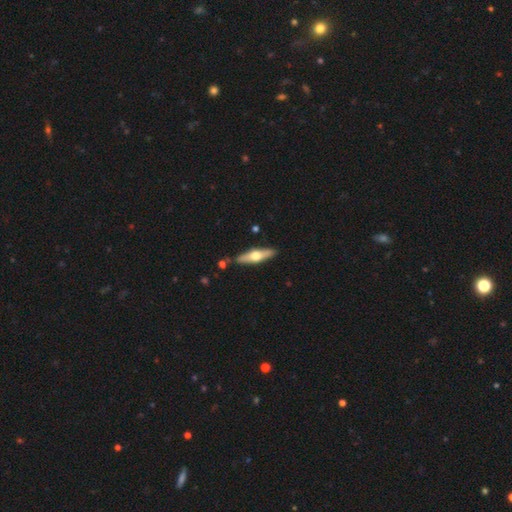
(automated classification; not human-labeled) A featured or disk galaxy (56%) viewed edge-on (90%) with a rounded central bulge (95%).

Vote fractions:
- Smooth or featured? featured or disk: 56% / smooth: 39% / star or artifact: 5%
- Edge-on disk? yes: 90% / no: 10%
- Edge-on bulge? rounded: 95% / boxy: 3% / none: 2%
- Merging? none: 84% / minor disturbance: 10% / merger: 3% / major disturbance: 2%